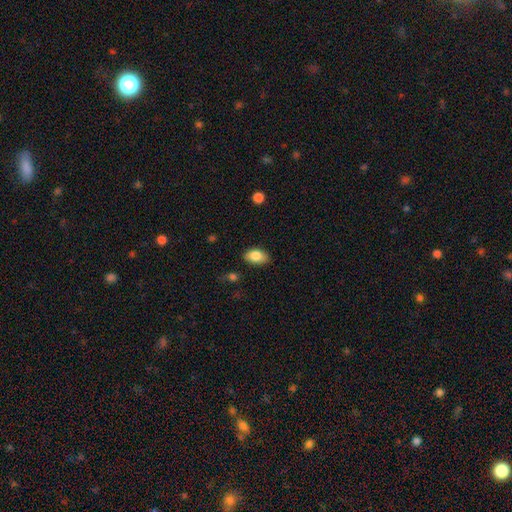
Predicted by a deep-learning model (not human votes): smooth-or-featured: smooth: 84% | featured or disk: 9% | star or artifact: 7%
  how-rounded: in between: 91% | round: 7% | cigar-shaped: 2%
  merging: none: 83% | minor disturbance: 13% | major disturbance: 3% | merger: 1%